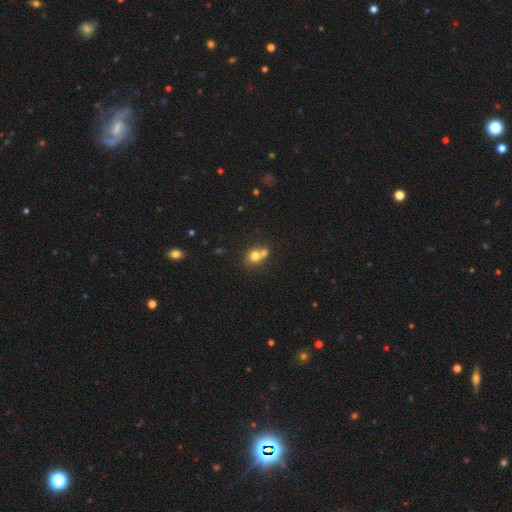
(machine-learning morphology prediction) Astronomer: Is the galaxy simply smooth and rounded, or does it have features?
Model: smooth — 73%.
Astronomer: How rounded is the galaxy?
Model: round — 72%.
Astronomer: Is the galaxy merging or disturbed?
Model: merger — 56% (runner-up: none, 33%).